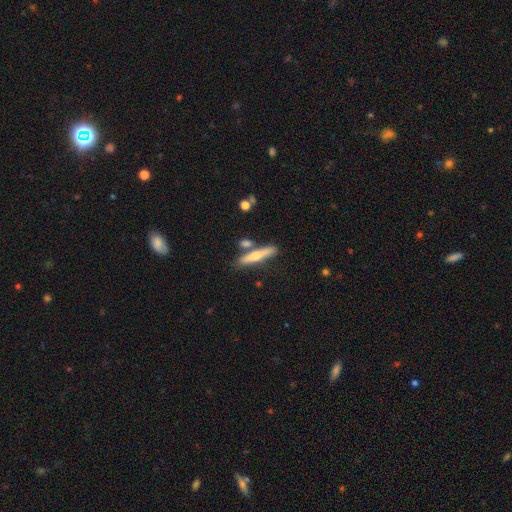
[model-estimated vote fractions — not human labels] A smooth galaxy with no disk features (51%) that is cigar-shaped (87%).

Vote fractions:
- Smooth or featured? smooth: 51% / featured or disk: 44% / star or artifact: 6%
- How rounded? cigar-shaped: 87% / in between: 11% / round: 2%
- Merging? none: 72% / merger: 13% / minor disturbance: 12% / major disturbance: 3%